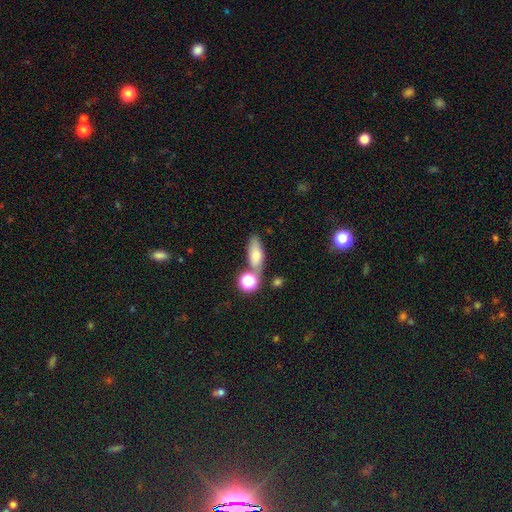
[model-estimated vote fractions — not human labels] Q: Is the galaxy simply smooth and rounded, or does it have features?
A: smooth — 72%.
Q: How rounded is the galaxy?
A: in between — 66%.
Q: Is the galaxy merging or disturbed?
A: none — 58%.